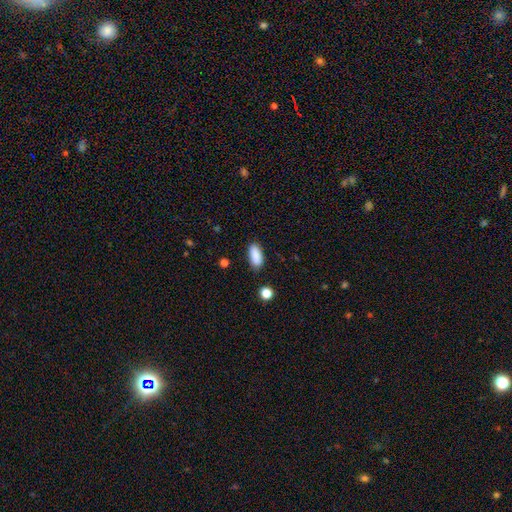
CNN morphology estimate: This is clearly a smooth galaxy (89%). How rounded: clearly in between (86%). Merging: clearly none (85%).